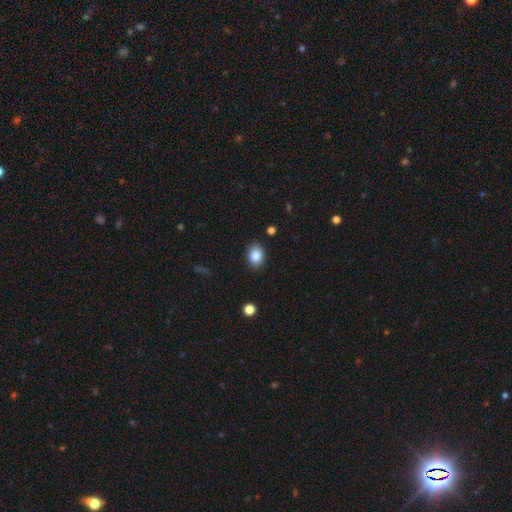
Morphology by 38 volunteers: This is clearly a smooth galaxy (84%). How rounded: clearly in between (88%). Merging: clearly none (83%).